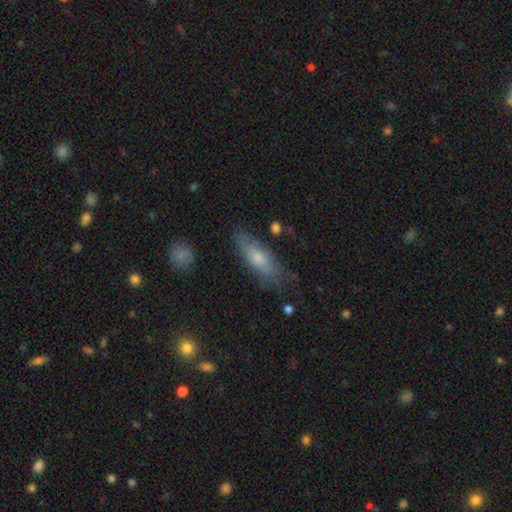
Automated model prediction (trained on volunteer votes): smooth 54%, featured or disk 36%, star or artifact 9%. Down the decision tree: how rounded — in between (55%); merging — none (72%).